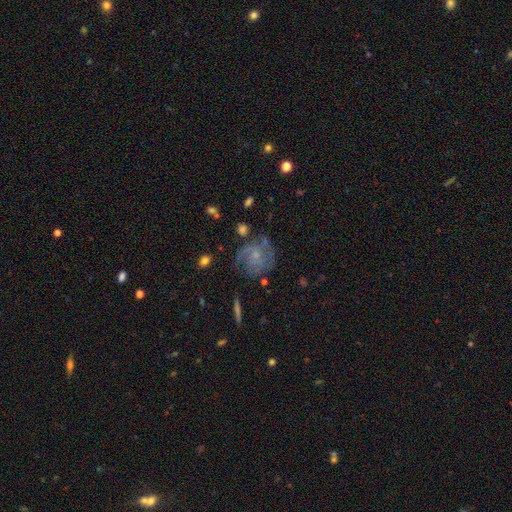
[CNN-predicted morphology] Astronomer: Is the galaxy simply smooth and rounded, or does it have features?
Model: featured or disk — 68%.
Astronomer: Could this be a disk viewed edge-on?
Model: no — 97%.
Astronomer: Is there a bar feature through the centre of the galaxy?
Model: no — 73%.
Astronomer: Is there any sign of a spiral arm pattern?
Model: yes — 84%.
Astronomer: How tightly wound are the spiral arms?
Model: medium — 41%, tied with tight at 41%.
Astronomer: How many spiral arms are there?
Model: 2 — 35% (runner-up: can't tell, 33%).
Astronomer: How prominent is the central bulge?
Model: small — 66%.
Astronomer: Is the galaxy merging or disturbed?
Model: none — 58%.